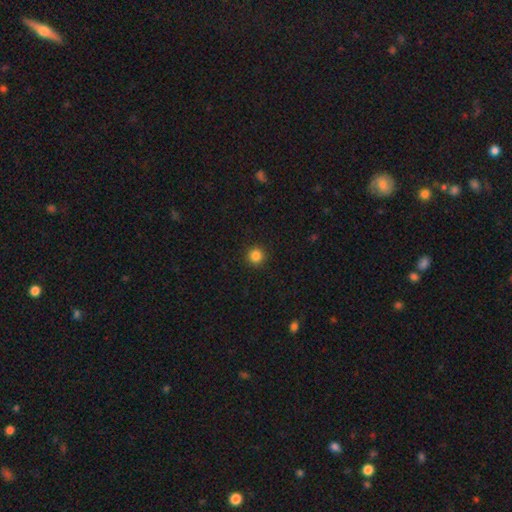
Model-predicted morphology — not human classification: Smooth or featured?
  - smooth: 85% *
  - star or artifact: 12%
  - featured or disk: 4%
How rounded?
  - round: 95% *
  - in between: 4%
  - cigar-shaped: 1%
Merging?
  - none: 93% *
  - minor disturbance: 5%
  - major disturbance: 2%
  - merger: 1%